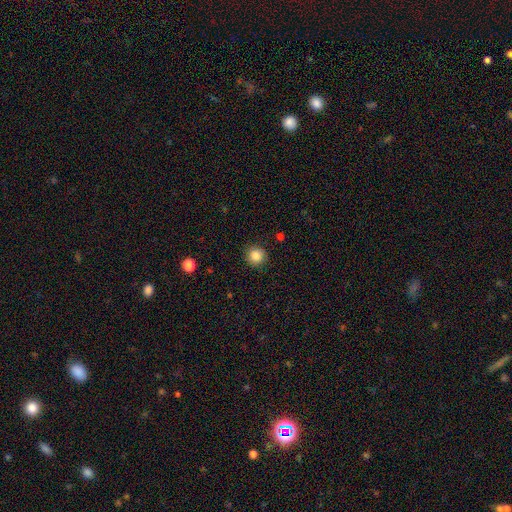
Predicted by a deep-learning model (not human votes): smooth-or-featured: smooth: 85% | star or artifact: 11% | featured or disk: 4%
  how-rounded: round: 94% | in between: 5% | cigar-shaped: 1%
  merging: none: 90% | minor disturbance: 7% | major disturbance: 2% | merger: 1%